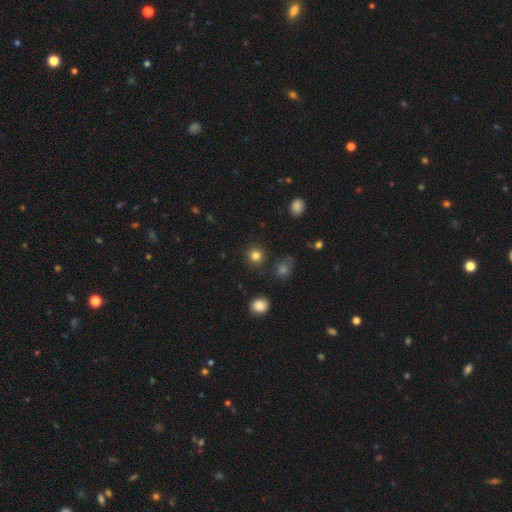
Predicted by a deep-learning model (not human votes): The model was most divided on "smooth or featured": smooth: 82%, star or artifact: 13%, featured or disk: 5%. More confident: how rounded — round (92%); merging — none (88%).